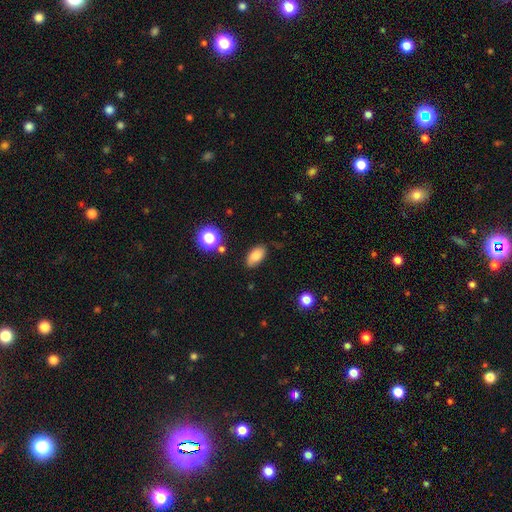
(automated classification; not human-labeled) smooth 82%, star or artifact 10%, featured or disk 8%. Down the decision tree: how rounded — in between (91%); merging — none (79%).